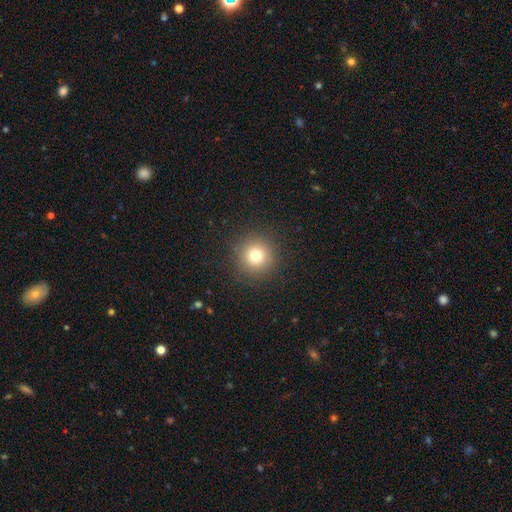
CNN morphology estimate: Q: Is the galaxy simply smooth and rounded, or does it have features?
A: smooth — 76%.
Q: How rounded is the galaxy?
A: round — 95%.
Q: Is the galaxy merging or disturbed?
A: none — 91%.